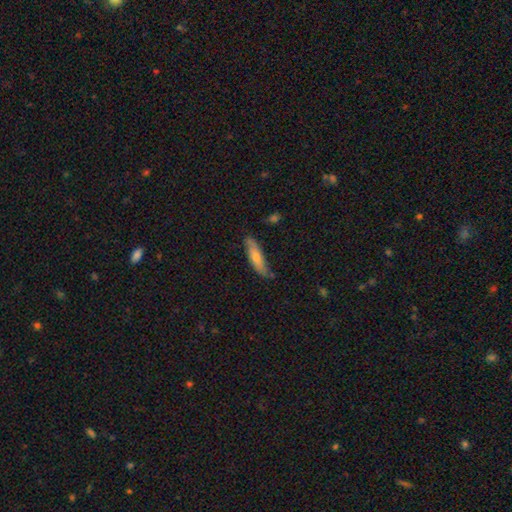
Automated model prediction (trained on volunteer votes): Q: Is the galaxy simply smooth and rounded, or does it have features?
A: smooth — 63%.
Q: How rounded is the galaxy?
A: cigar-shaped — 73%.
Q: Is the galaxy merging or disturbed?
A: none — 75%.